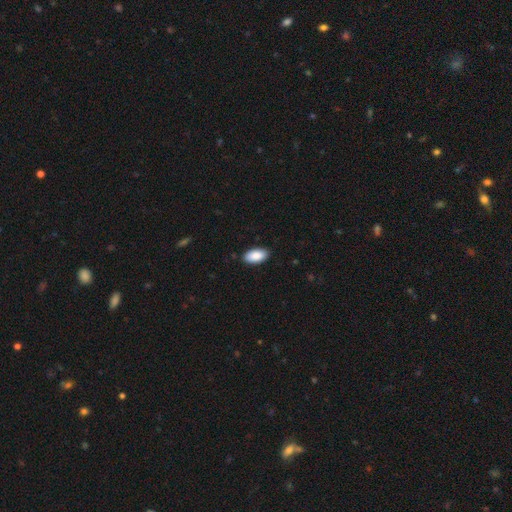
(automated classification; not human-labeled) Smooth or featured: smooth — 90% (star or artifact — 6%)
How rounded: in between — 95% (cigar-shaped — 3%)
Merging: none — 89% (minor disturbance — 8%)